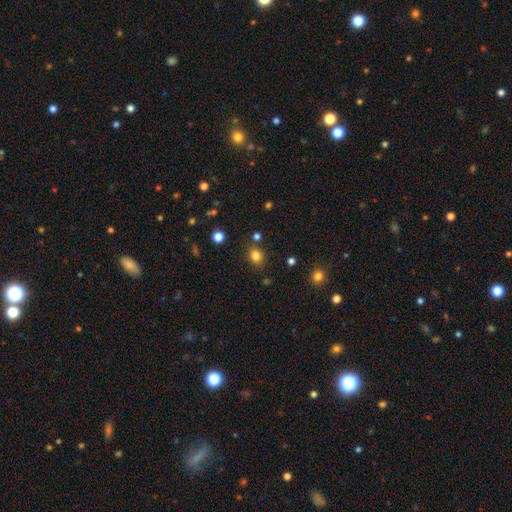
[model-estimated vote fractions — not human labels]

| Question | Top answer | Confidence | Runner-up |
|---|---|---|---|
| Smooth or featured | smooth | 81% | star or artifact (13%) |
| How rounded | round | 56% | in between (43%) |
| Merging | none | 80% | minor disturbance (11%) |